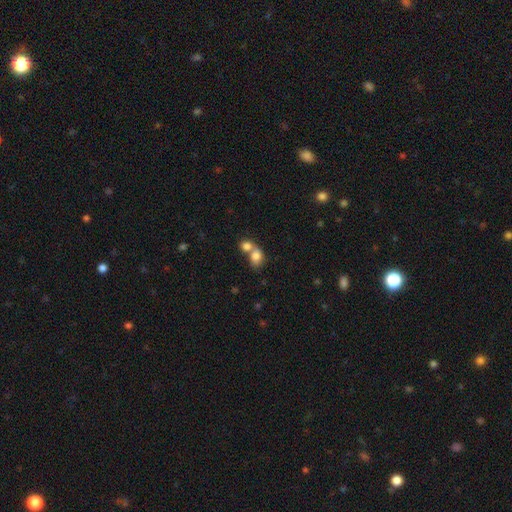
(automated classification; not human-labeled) The model was most divided on "how rounded": in between: 60%, round: 39%, cigar-shaped: 1%. More confident: smooth or featured — smooth (80%); merging — merger (68%).